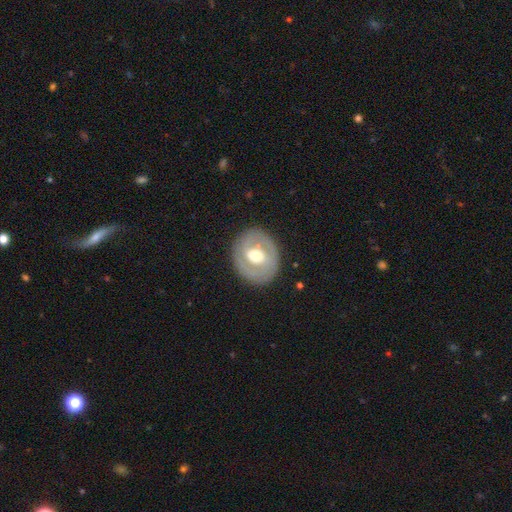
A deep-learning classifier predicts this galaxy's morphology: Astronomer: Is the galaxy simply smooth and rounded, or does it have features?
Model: featured or disk — 67%.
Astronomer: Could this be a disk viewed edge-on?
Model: no — 96%.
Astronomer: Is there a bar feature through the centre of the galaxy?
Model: no — 52% (runner-up: weak, 35%).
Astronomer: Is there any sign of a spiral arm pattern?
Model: yes — 55% (runner-up: no, 45%).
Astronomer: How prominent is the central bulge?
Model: moderate — 70%.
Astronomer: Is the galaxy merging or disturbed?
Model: none — 85%.